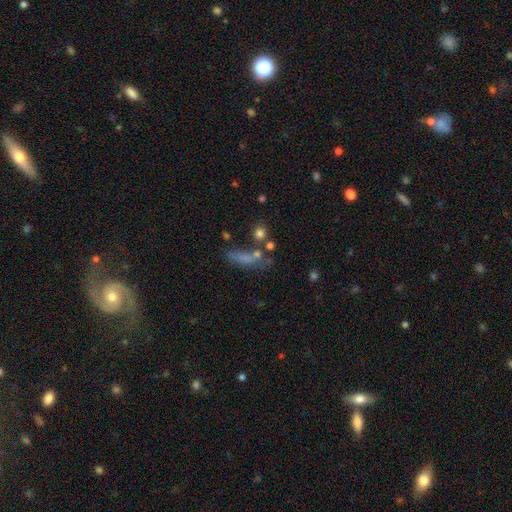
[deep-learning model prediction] A smooth galaxy with no disk features (59%) that is cigar-shaped (46%). Merging: none (43%).